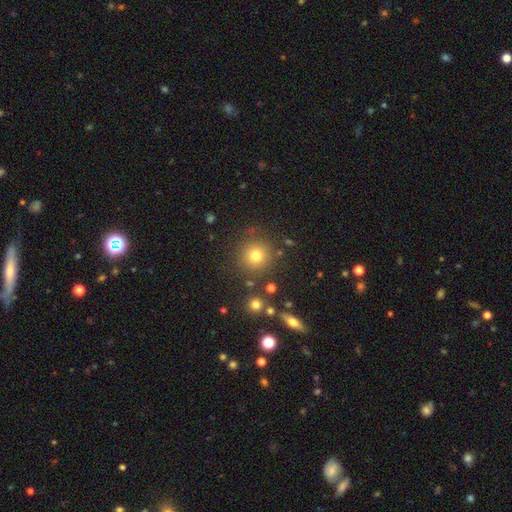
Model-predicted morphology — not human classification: Smooth or featured?
  - smooth: 77% *
  - star or artifact: 15%
  - featured or disk: 8%
How rounded?
  - round: 93% *
  - in between: 6%
  - cigar-shaped: 1%
Merging?
  - none: 84% *
  - minor disturbance: 8%
  - merger: 4%
  - major disturbance: 4%